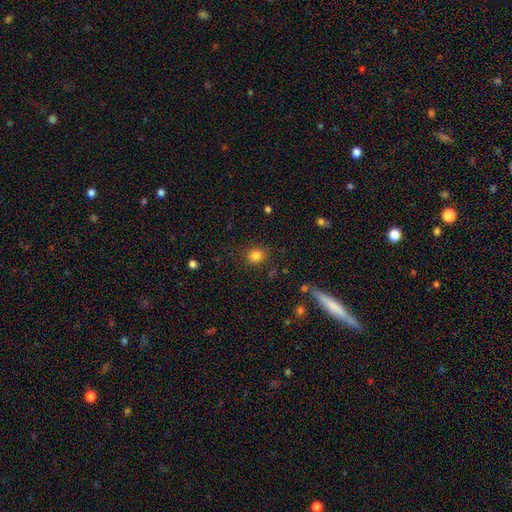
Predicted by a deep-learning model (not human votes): A smooth galaxy with no disk features (83%) that is round (75%).

Vote fractions:
- Smooth or featured? smooth: 83% / star or artifact: 12% / featured or disk: 6%
- How rounded? round: 75% / in between: 24% / cigar-shaped: 1%
- Merging? none: 86% / minor disturbance: 9% / major disturbance: 3% / merger: 2%